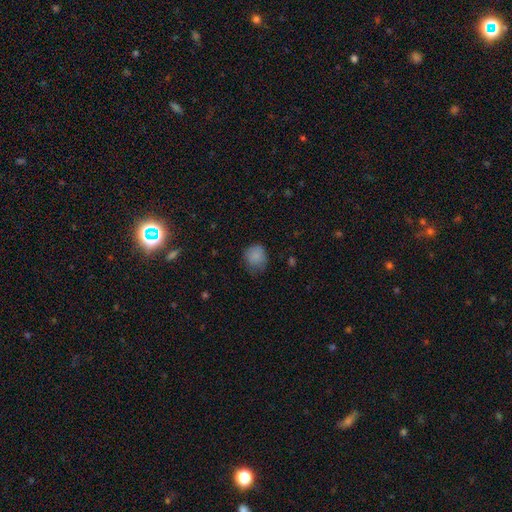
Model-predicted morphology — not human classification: The model was most divided on "merging": none: 57%, minor disturbance: 33%, major disturbance: 9%, merger: 1%. More confident: smooth or featured — smooth (83%); how rounded — round (73%).